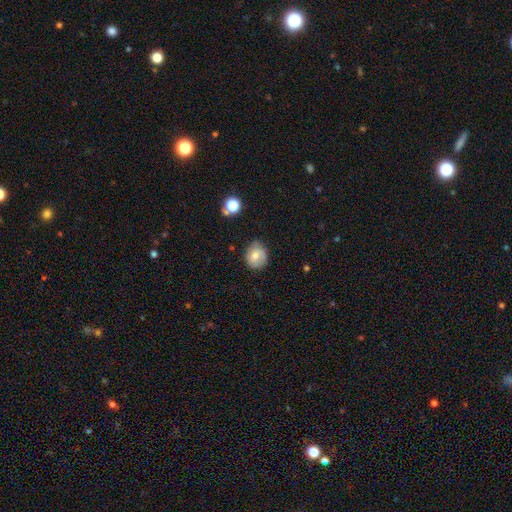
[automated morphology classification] smooth 72%, featured or disk 18%, star or artifact 9%. Down the decision tree: how rounded — round (74%); merging — none (71%).